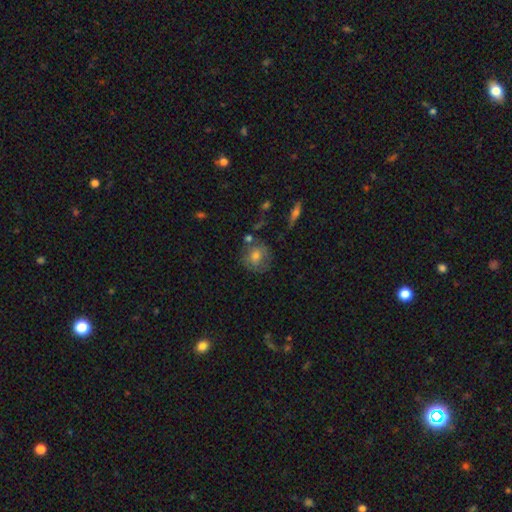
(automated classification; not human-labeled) A smooth galaxy with no disk features (64%) that is round (80%).

Vote fractions:
- Smooth or featured? smooth: 64% / featured or disk: 27% / star or artifact: 10%
- How rounded? round: 80% / in between: 19% / cigar-shaped: 1%
- Merging? none: 66% / minor disturbance: 19% / merger: 8% / major disturbance: 7%